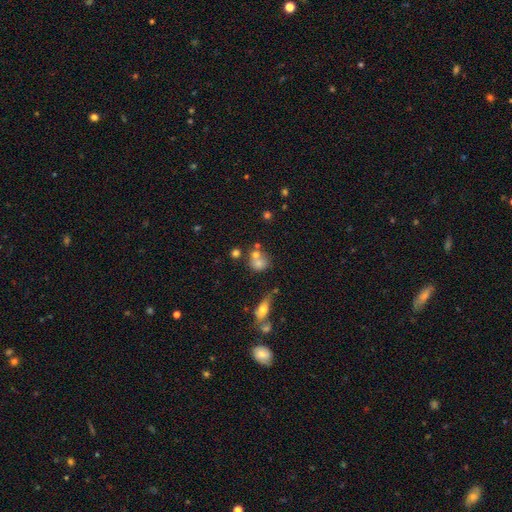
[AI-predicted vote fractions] Morphology: type=smooth (60%); roundness=round (70%); merging=merger (43%).